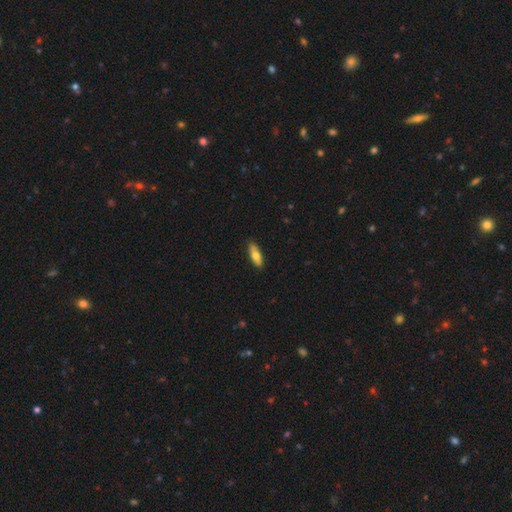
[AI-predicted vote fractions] This appears to be a smooth galaxy with no disk features (71%) that is in between round and cigar-shaped (55%). Merging: none (87%).